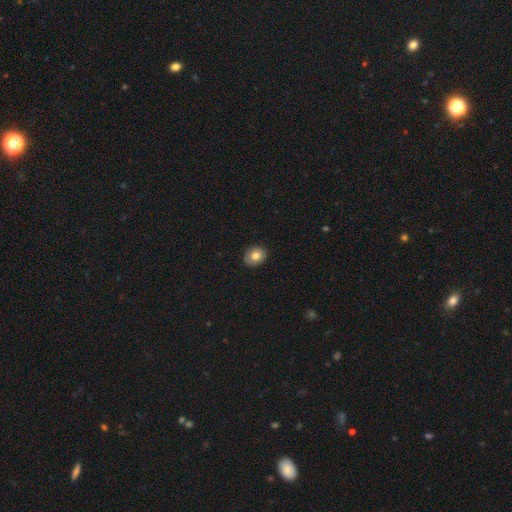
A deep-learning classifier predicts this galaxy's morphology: Overall: smooth (79%). How rounded: round (65%; in between 34%). Merging: none (86%).